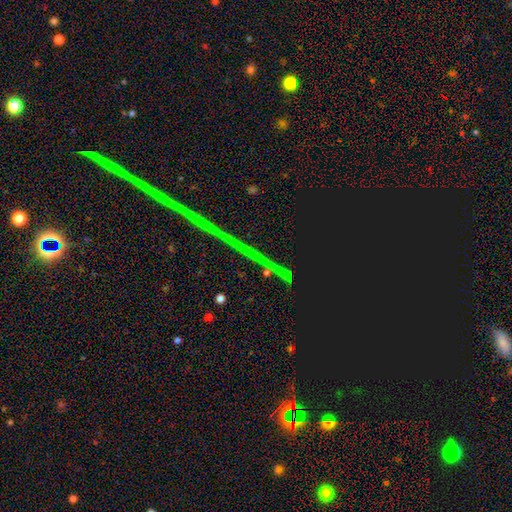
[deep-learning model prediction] Smooth or featured: star or artifact — 88% (featured or disk — 7%)